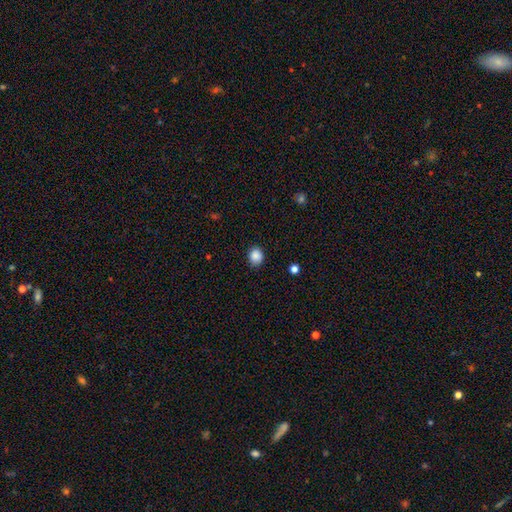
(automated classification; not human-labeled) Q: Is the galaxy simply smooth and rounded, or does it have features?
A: smooth — 87%.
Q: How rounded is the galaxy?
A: round — 66%.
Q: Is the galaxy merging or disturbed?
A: none — 84%.